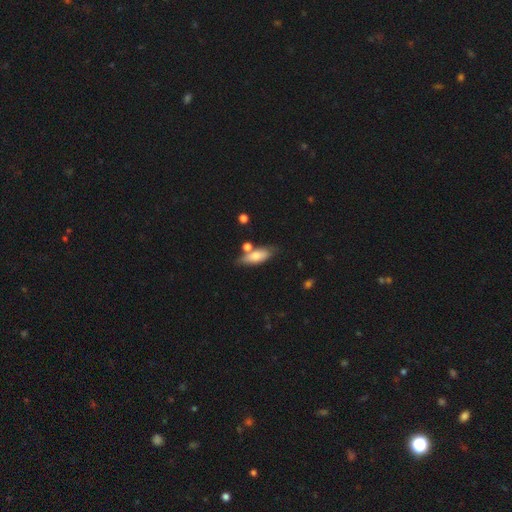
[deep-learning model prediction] Smooth or featured? Predicted: smooth (p=0.67). How rounded? Predicted: in between (p=0.66). Merging? Predicted: none (p=0.64).